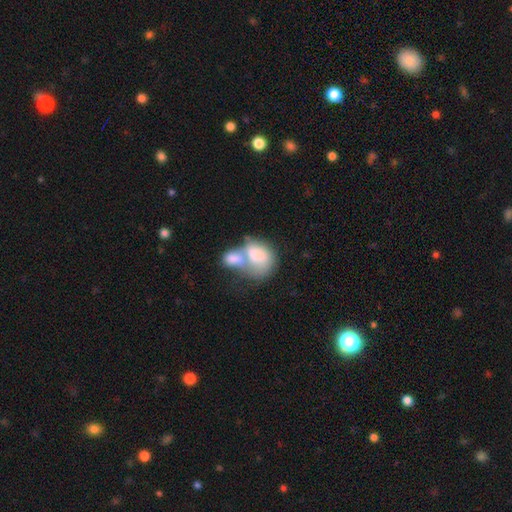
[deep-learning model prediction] Smooth or featured?
  - smooth: 70% *
  - featured or disk: 23%
  - star or artifact: 7%
How rounded?
  - in between: 62% *
  - round: 36%
  - cigar-shaped: 1%
Merging?
  - merger: 71% *
  - major disturbance: 11%
  - none: 10%
  - minor disturbance: 7%